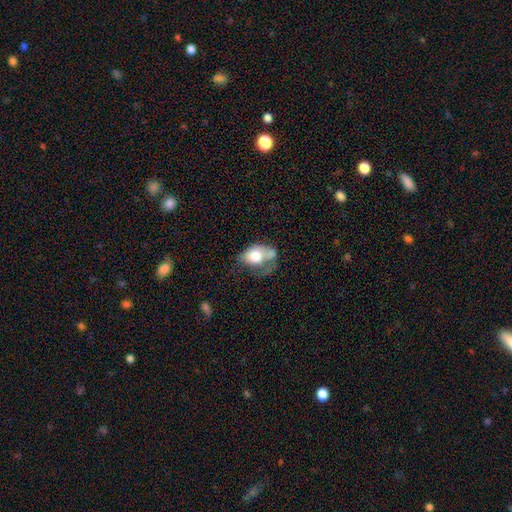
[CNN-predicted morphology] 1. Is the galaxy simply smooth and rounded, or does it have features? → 64% smooth, 29% featured or disk, 8% star or artifact.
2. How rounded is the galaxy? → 77% in between, 21% round, 2% cigar-shaped.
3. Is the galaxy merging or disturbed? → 38% major disturbance, 22% minor disturbance, 21% merger, 19% none.